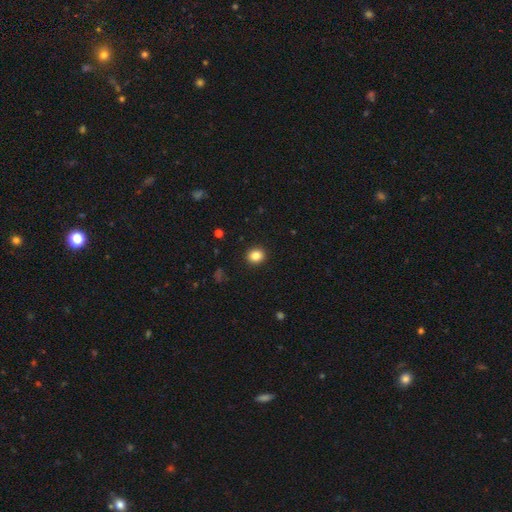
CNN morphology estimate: Q: Smooth or featured?
A: smooth (84%); runner-up: star or artifact (10%)
Q: How rounded?
A: round (78%); runner-up: in between (21%)
Q: Merging?
A: none (92%); runner-up: minor disturbance (6%)